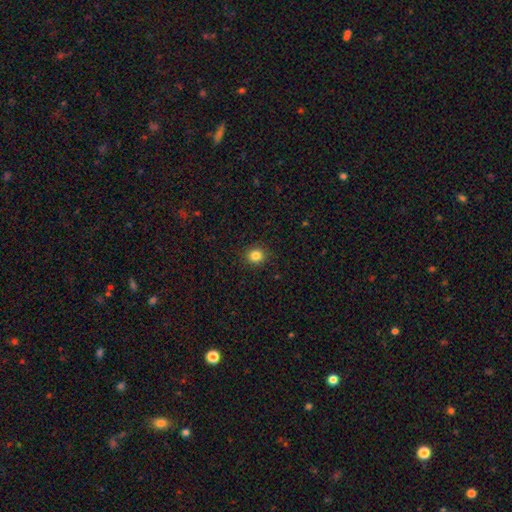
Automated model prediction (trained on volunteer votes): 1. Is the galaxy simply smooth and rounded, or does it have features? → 83% smooth, 12% star or artifact, 5% featured or disk.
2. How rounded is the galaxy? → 88% round, 11% in between, 1% cigar-shaped.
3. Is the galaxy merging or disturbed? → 91% none, 6% minor disturbance, 2% major disturbance, 1% merger.